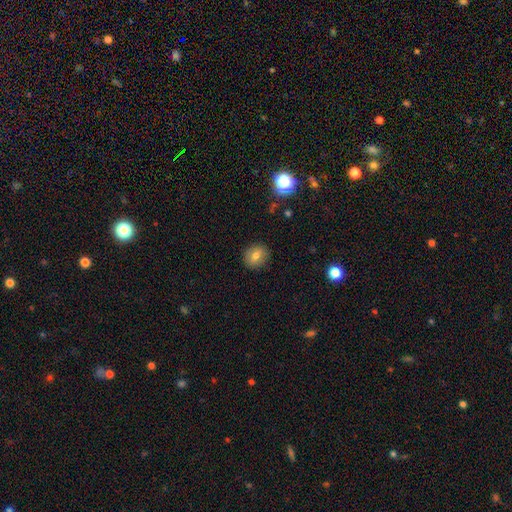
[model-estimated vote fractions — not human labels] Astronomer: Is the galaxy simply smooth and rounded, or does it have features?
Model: smooth — 76%.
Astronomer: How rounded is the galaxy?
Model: round — 73%.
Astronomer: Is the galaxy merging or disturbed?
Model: none — 89%.